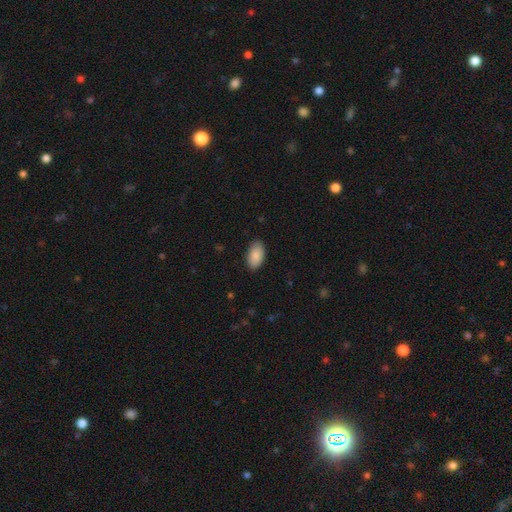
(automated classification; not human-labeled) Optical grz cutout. It shows a smooth galaxy with no disk features (88%) that is in between round and cigar-shaped (95%). Merging: none (86%).